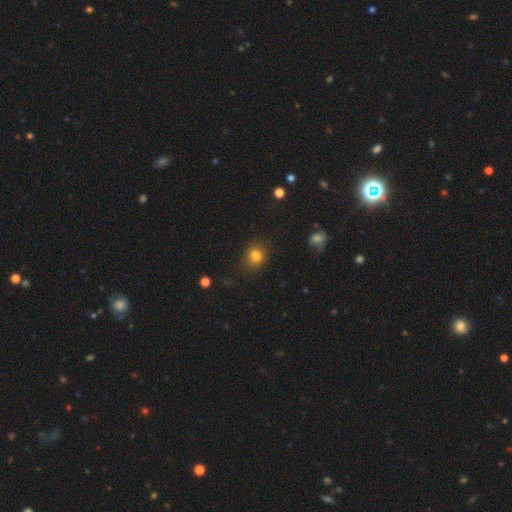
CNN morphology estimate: type=smooth (80%); roundness=round (60%); merging=none (76%).